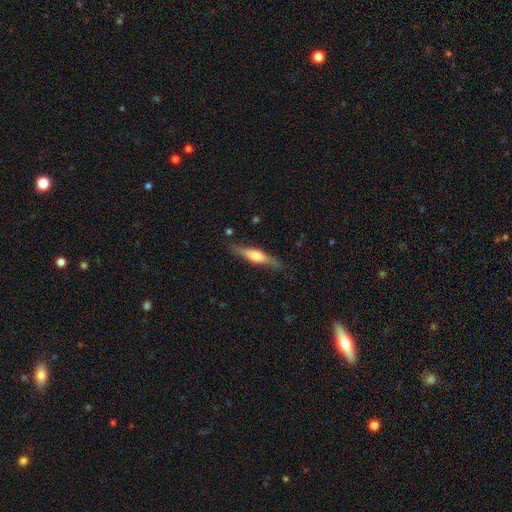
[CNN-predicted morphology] Overall: featured or disk (49%; smooth 45%). Merging: none (82%).